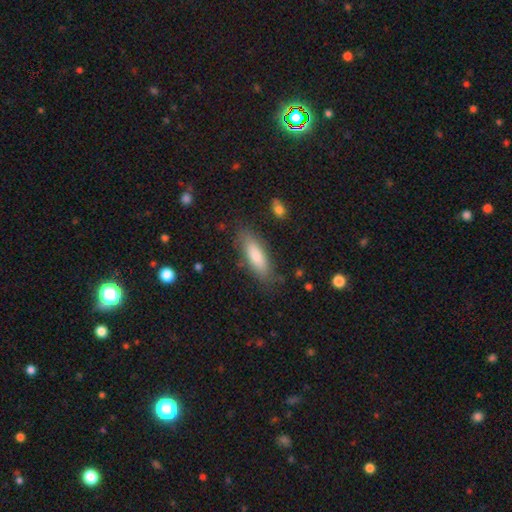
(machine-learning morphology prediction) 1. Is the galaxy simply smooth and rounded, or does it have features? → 78% smooth, 15% featured or disk, 7% star or artifact.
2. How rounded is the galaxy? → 54% in between, 45% cigar-shaped, 2% round.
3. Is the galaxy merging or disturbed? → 81% none, 14% minor disturbance, 4% major disturbance, 2% merger.